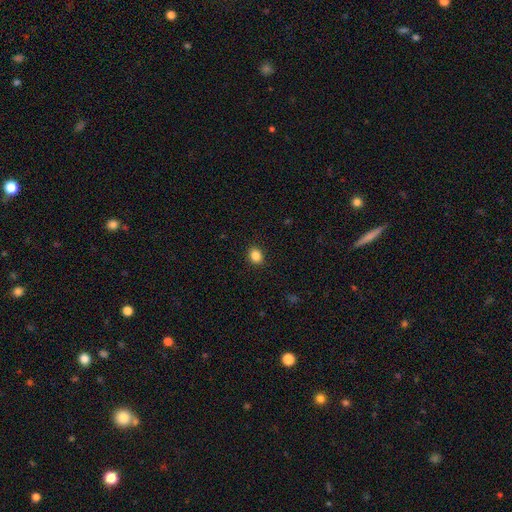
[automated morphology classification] smooth_or_featured: smooth (p=0.86) [alt: star or artifact p=0.11]
how_rounded: round (p=0.64) [alt: in between p=0.35]
merging: none (p=0.90) [alt: minor disturbance p=0.07]